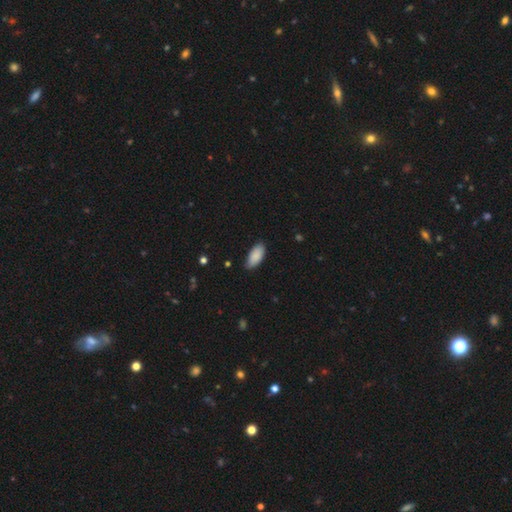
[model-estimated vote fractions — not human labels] Smooth or featured? Predicted: smooth (p=0.89). How rounded? Predicted: in between (p=0.91). Merging? Predicted: none (p=0.79).